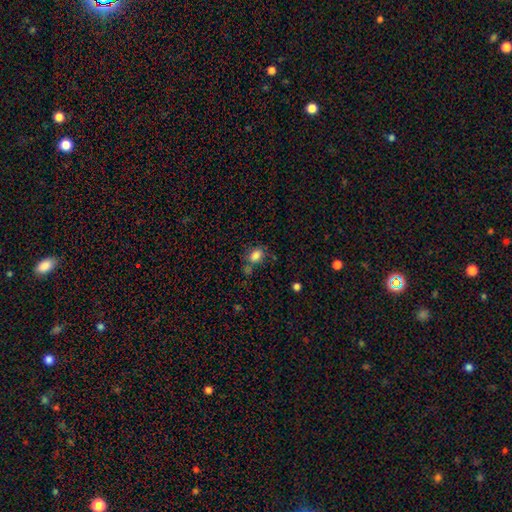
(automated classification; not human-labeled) This is clearly a smooth galaxy (82%). How rounded: likely in between (66%). Merging: possibly none (57%).